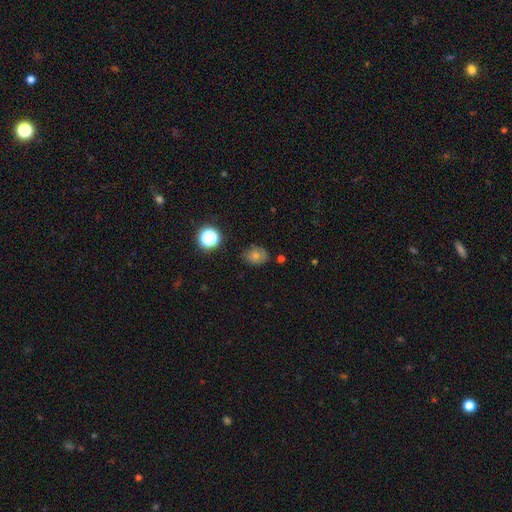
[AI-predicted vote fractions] smooth 63%, star or artifact 21%, featured or disk 17%. Down the decision tree: how rounded — round (54%); merging — none (74%).